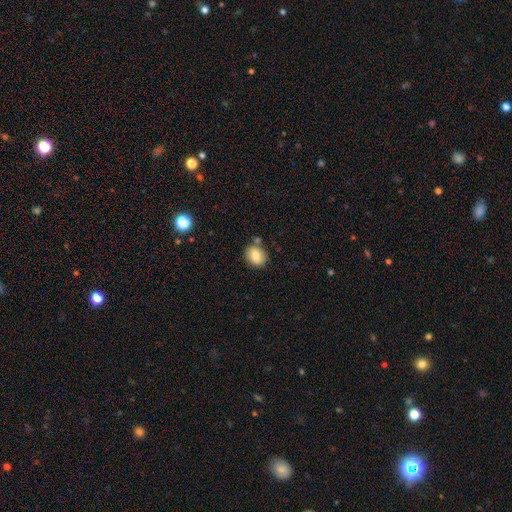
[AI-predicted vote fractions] A smooth galaxy with no disk features (77%) that is round (52%).

Vote fractions:
- Smooth or featured? smooth: 77% / featured or disk: 14% / star or artifact: 9%
- How rounded? round: 52% / in between: 47% / cigar-shaped: 1%
- Merging? none: 74% / minor disturbance: 13% / merger: 10% / major disturbance: 3%